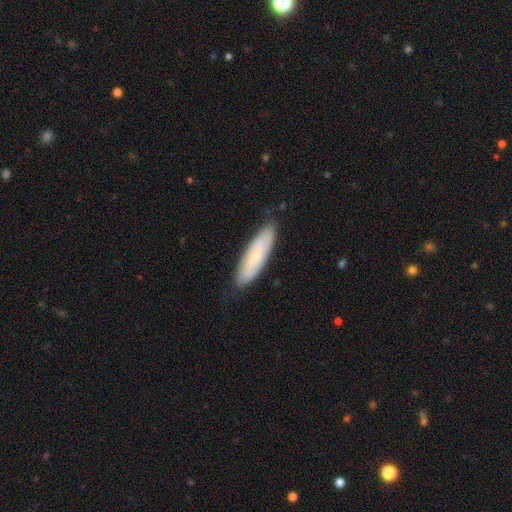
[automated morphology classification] Overall: smooth (58%; featured or disk 36%). How rounded: cigar-shaped (62%; in between 36%). Merging: none (80%).